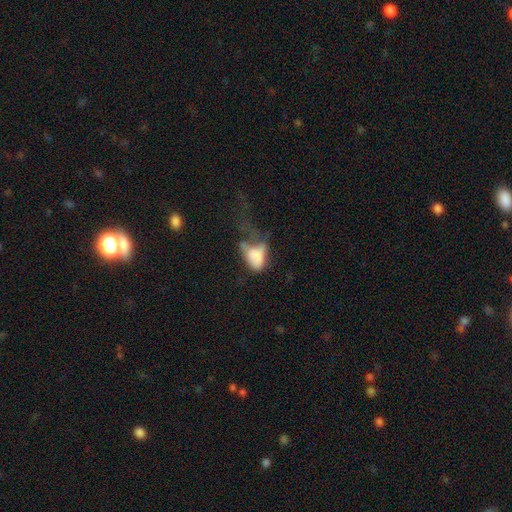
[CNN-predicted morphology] smooth 67%, featured or disk 22%, star or artifact 10%. Down the decision tree: how rounded — in between (88%); merging — major disturbance (56%).